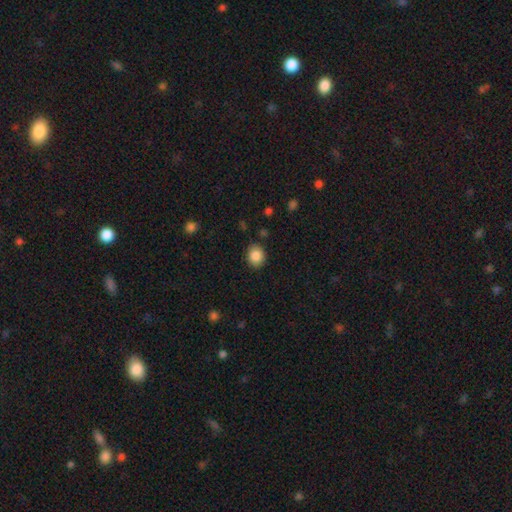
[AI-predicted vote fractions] A smooth galaxy with no disk features (86%) that is round (64%).

Vote fractions:
- Smooth or featured? smooth: 86% / star or artifact: 9% / featured or disk: 5%
- How rounded? round: 64% / in between: 36% / cigar-shaped: 1%
- Merging? none: 86% / minor disturbance: 10% / major disturbance: 2% / merger: 2%